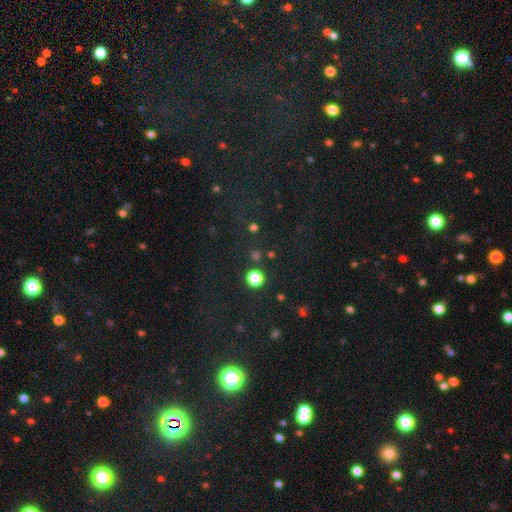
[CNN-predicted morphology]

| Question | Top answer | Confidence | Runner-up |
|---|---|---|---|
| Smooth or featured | smooth | 49% | star or artifact (45%) |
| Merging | none | 84% | minor disturbance (7%) |